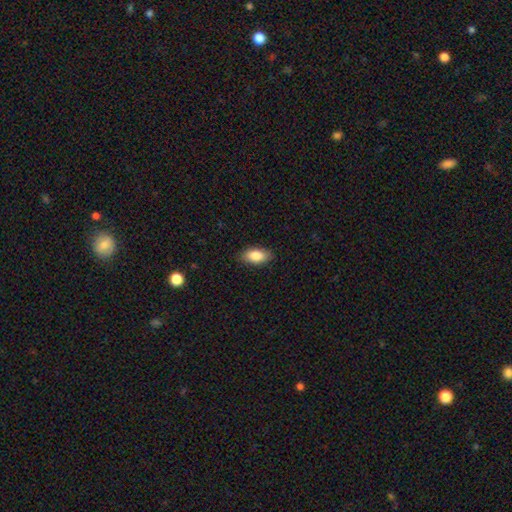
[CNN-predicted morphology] smooth_or_featured: smooth (p=0.84) [alt: featured or disk p=0.09]
how_rounded: in between (p=0.91) [alt: cigar-shaped p=0.06]
merging: none (p=0.86) [alt: minor disturbance p=0.10]